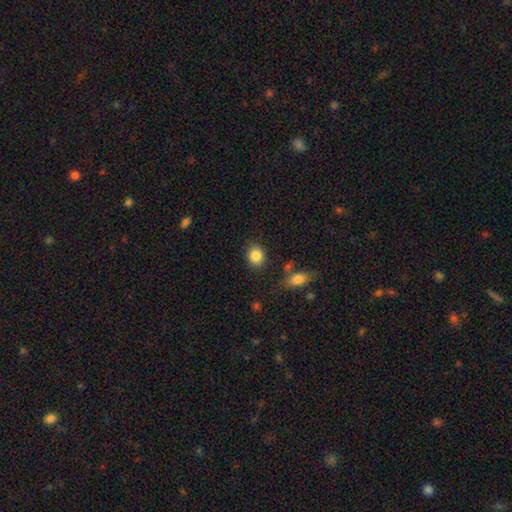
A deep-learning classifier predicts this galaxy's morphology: A smooth galaxy with no disk features (86%) that is round (62%).

Vote fractions:
- Smooth or featured? smooth: 86% / star or artifact: 9% / featured or disk: 6%
- How rounded? round: 62% / in between: 36% / cigar-shaped: 1%
- Merging? none: 84% / minor disturbance: 9% / merger: 4% / major disturbance: 3%